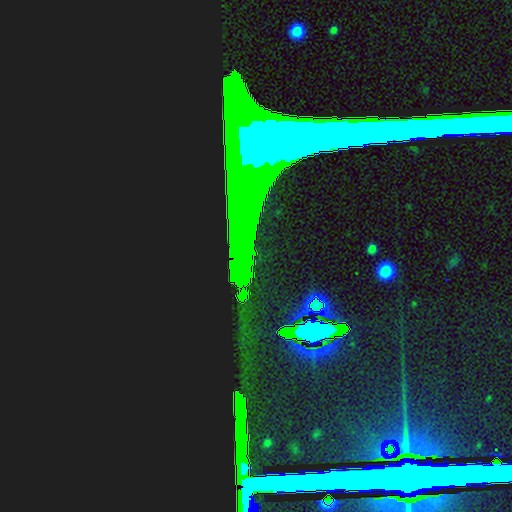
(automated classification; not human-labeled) A star or artifact, not a galaxy (80%).

Vote fractions:
- Smooth or featured? star or artifact: 80% / featured or disk: 11% / smooth: 9%